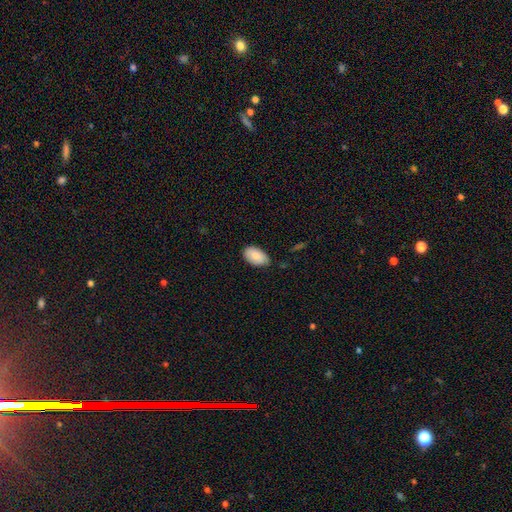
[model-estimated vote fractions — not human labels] smooth 87%, featured or disk 6%, star or artifact 6%. Down the decision tree: how rounded — in between (94%); merging — none (76%).